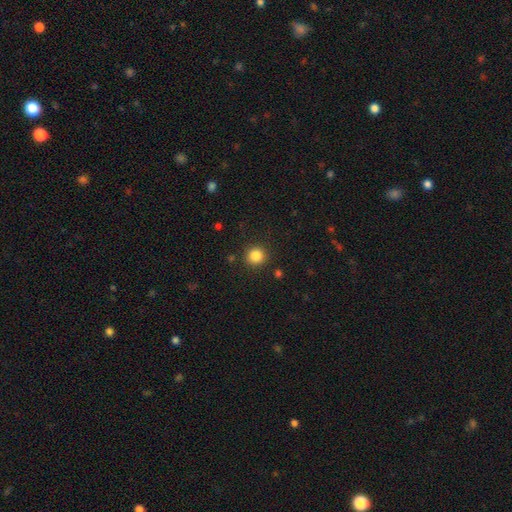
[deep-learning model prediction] Smooth or featured? Predicted: smooth (p=0.84). How rounded? Predicted: round (p=0.93). Merging? Predicted: none (p=0.90).